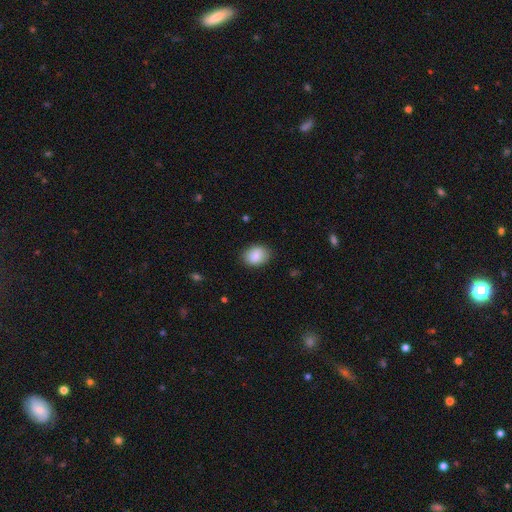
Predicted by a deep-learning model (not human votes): smooth_or_featured: smooth (p=0.87) [alt: star or artifact p=0.07]
how_rounded: in between (p=0.64) [alt: round p=0.34]
merging: none (p=0.84) [alt: minor disturbance p=0.12]